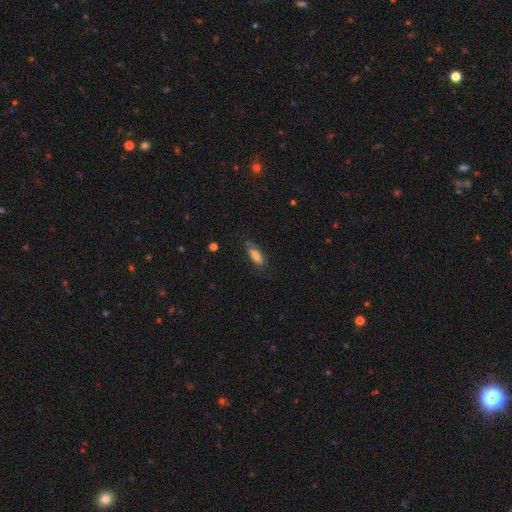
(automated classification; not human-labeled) A smooth galaxy with no disk features (75%) that is in between round and cigar-shaped (67%). Merging: none (69%).